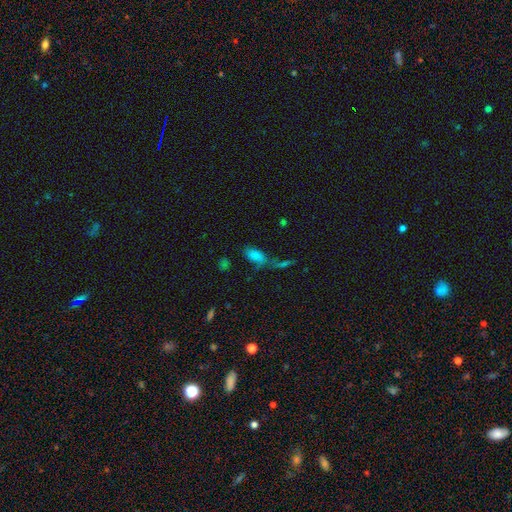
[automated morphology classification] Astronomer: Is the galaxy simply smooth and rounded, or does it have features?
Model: smooth — 77%.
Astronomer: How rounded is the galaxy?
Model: in between — 85%.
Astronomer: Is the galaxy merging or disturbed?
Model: merger — 38% (runner-up: none, 35%).